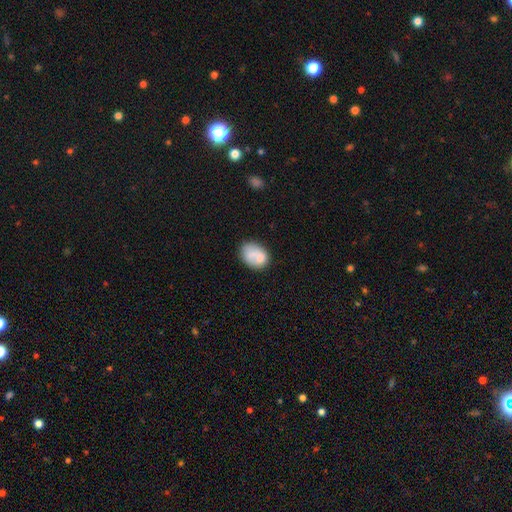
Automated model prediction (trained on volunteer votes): smooth_or_featured: smooth (p=0.72) [alt: featured or disk p=0.20]
how_rounded: in between (p=0.69) [alt: round p=0.30]
merging: none (p=0.51) [alt: minor disturbance p=0.22]